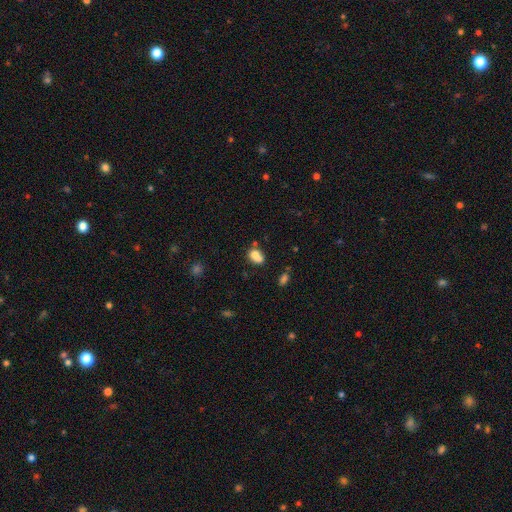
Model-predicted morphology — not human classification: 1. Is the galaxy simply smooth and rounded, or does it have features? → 75% smooth, 14% featured or disk, 12% star or artifact.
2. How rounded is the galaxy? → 64% in between, 34% round, 2% cigar-shaped.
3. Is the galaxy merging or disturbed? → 39% none, 37% merger, 17% minor disturbance, 7% major disturbance.